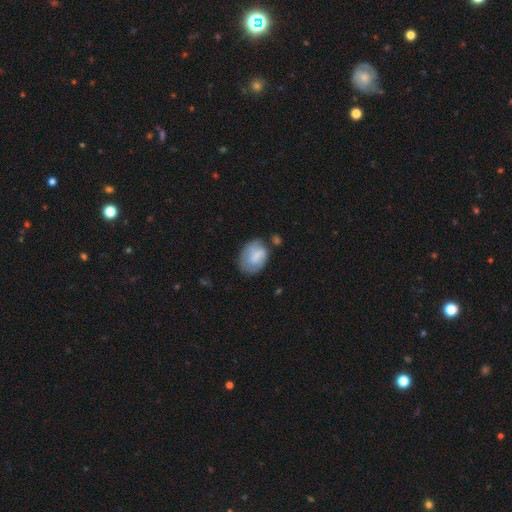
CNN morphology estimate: type=smooth (69%); roundness=in between (74%); merging=none (55%).